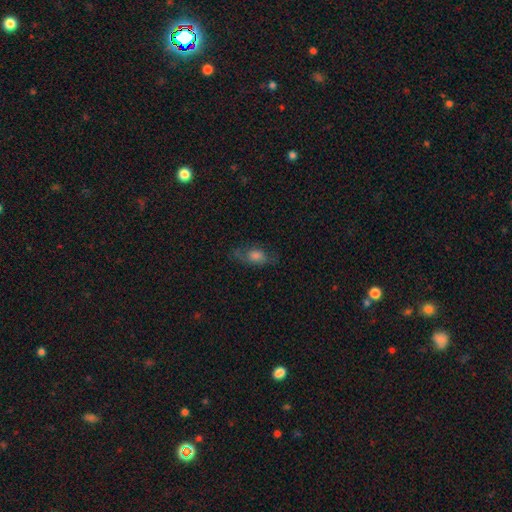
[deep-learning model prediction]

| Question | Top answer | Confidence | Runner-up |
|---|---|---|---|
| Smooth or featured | smooth | 51% | featured or disk (34%) |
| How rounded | in between | 74% | round (16%) |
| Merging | none | 66% | minor disturbance (21%) |